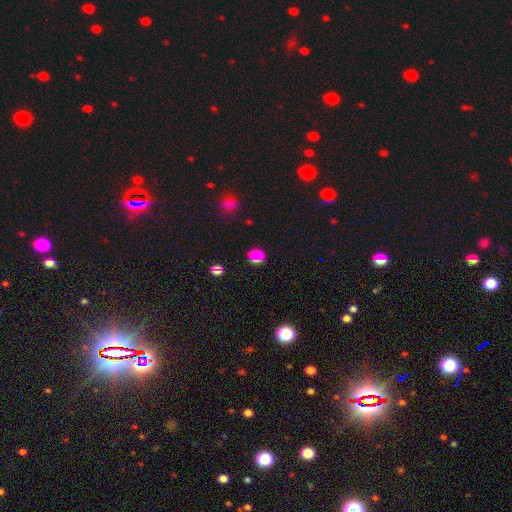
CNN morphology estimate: This appears to be a smooth galaxy with no disk features (64%) that is round (66%). Merging: none (76%).